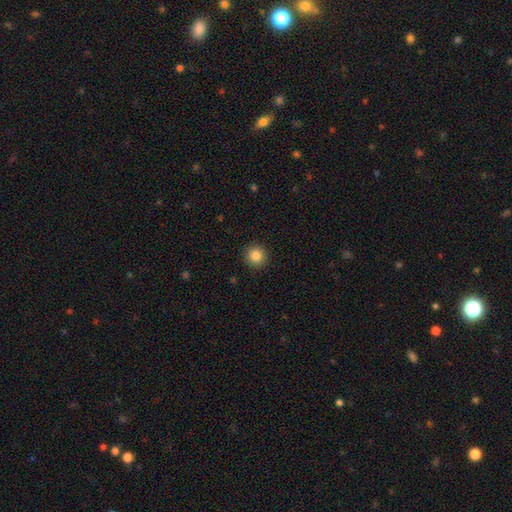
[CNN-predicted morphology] A smooth galaxy with no disk features (85%) that is round (94%). Merging: none (92%).